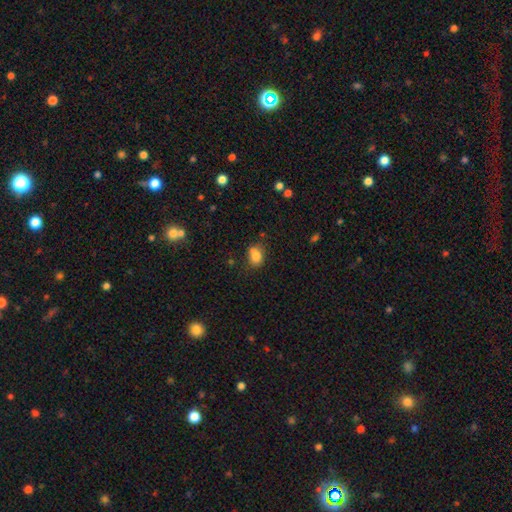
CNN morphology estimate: smooth 79%, star or artifact 11%, featured or disk 10%. Down the decision tree: how rounded — in between (61%); merging — none (57%).